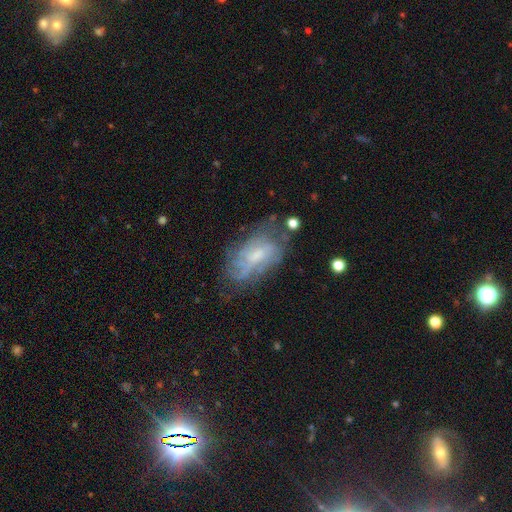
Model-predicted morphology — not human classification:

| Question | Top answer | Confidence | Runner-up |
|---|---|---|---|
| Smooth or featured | featured or disk | 68% | smooth (23%) |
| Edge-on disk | no | 94% | yes (6%) |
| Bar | no | 57% | weak (37%) |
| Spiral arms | yes | 78% | no (22%) |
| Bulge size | small | 44% | moderate (36%) |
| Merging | none | 58% | minor disturbance (24%) |